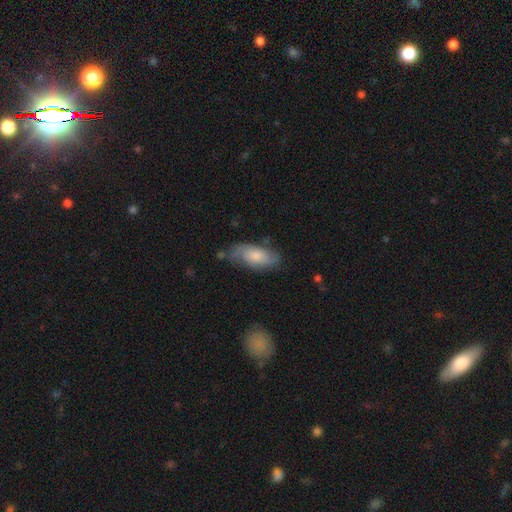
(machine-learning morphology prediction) A smooth galaxy with no disk features (55%) that is in between round and cigar-shaped (84%). Merging: none (62%).